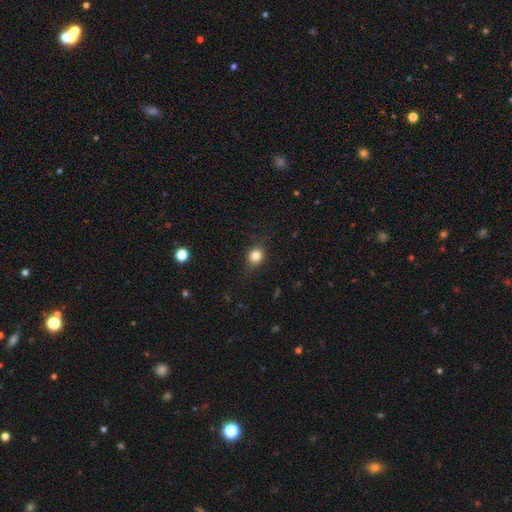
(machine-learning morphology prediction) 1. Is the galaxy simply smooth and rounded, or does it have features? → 82% smooth, 11% star or artifact, 7% featured or disk.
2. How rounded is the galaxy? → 66% round, 32% in between, 1% cigar-shaped.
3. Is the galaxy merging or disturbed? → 80% none, 15% minor disturbance, 4% major disturbance, 1% merger.